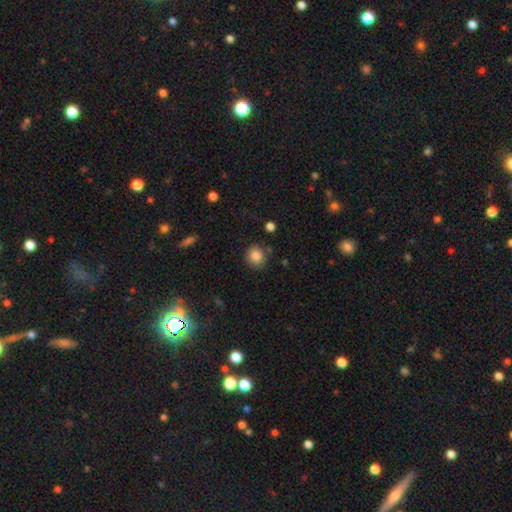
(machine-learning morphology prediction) This is clearly a smooth galaxy (85%). How rounded: clearly round (85%). Merging: clearly none (82%).